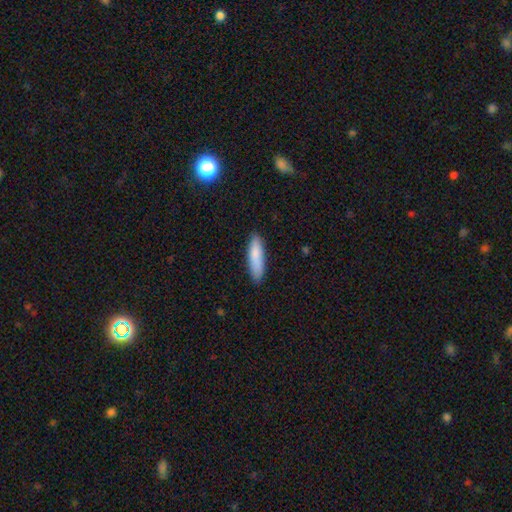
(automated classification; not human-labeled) Smooth or featured? smooth (85%)
How rounded? cigar-shaped (70%)
Merging? none (86%)